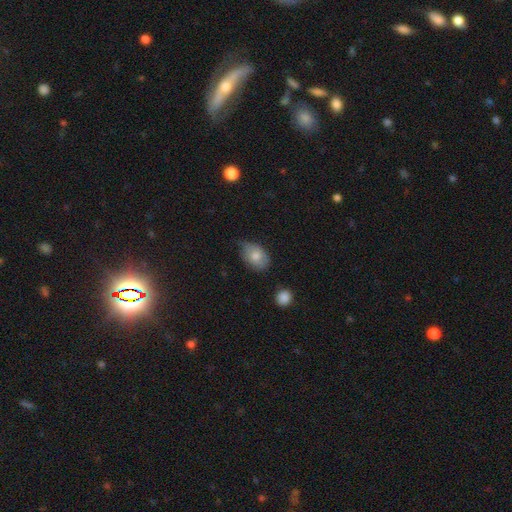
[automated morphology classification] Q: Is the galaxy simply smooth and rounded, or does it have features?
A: smooth — 77%.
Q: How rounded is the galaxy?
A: in between — 79%.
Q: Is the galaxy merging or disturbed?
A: none — 47%.